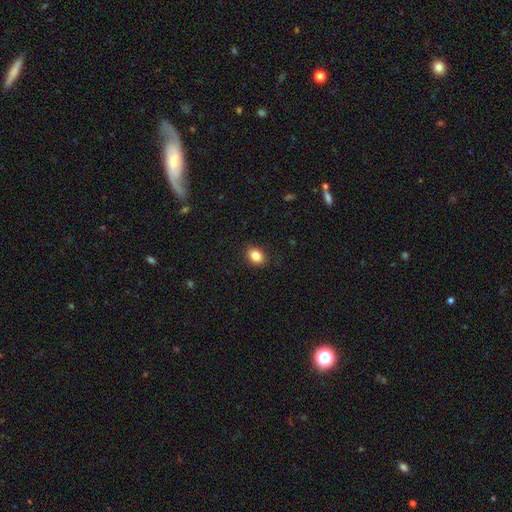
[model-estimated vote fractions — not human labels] This is clearly a smooth galaxy (86%). How rounded: likely in between (69%). Merging: clearly none (88%).